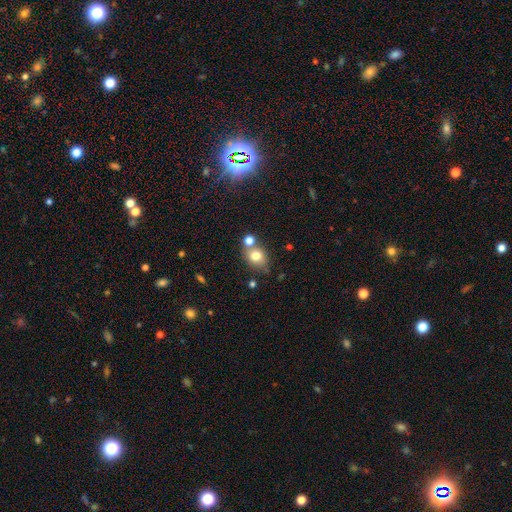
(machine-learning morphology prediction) Q: Smooth or featured?
A: smooth (76%); runner-up: featured or disk (13%)
Q: How rounded?
A: round (54%); runner-up: in between (45%)
Q: Merging?
A: none (57%); runner-up: merger (25%)